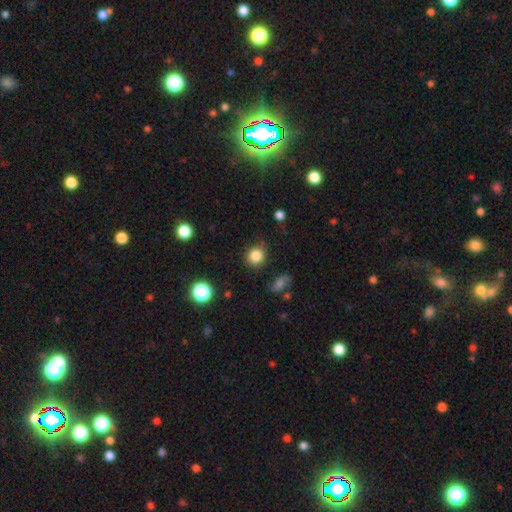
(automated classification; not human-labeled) smooth 83%, star or artifact 11%, featured or disk 6%. Down the decision tree: how rounded — round (86%); merging — none (79%).